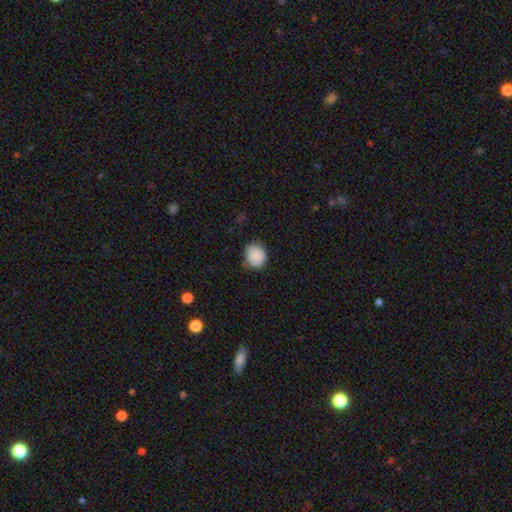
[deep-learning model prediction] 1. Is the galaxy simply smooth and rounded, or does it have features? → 88% smooth, 8% star or artifact, 4% featured or disk.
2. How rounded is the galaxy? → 75% round, 24% in between, 1% cigar-shaped.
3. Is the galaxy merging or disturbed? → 72% none, 22% minor disturbance, 4% major disturbance, 2% merger.